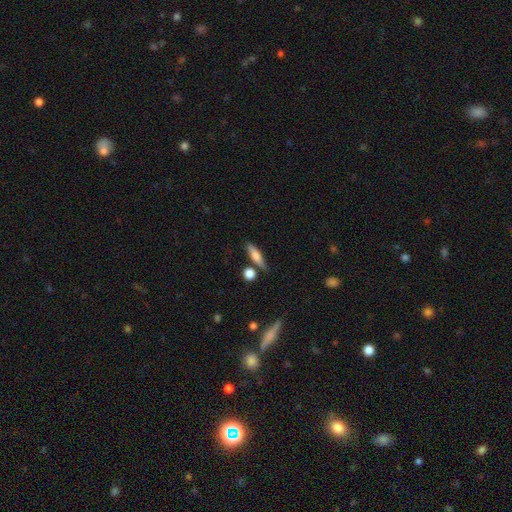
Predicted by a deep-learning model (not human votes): Smooth or featured: smooth — 64% (featured or disk — 28%)
How rounded: cigar-shaped — 63% (in between — 33%)
Merging: none — 71% (minor disturbance — 16%)